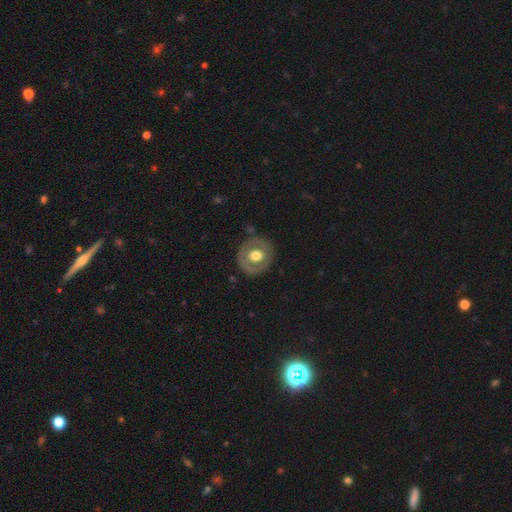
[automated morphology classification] The model was most divided on "smooth or featured": featured or disk: 51%, smooth: 44%, star or artifact: 6%. More confident: edge-on disk — no (95%); merging — none (80%).